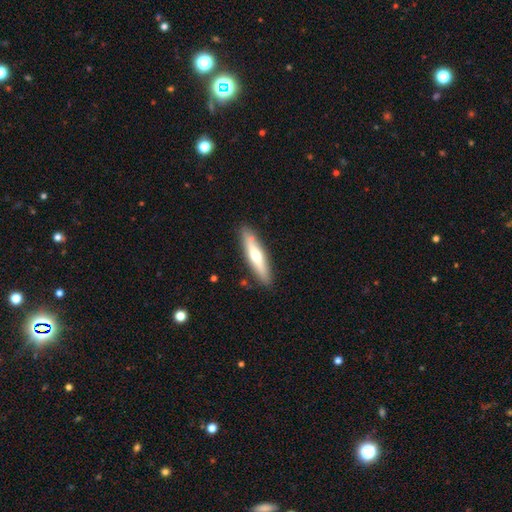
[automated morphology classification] smooth 50%, featured or disk 45%, star or artifact 5%. Down the decision tree: how rounded — cigar-shaped (80%); merging — none (87%).